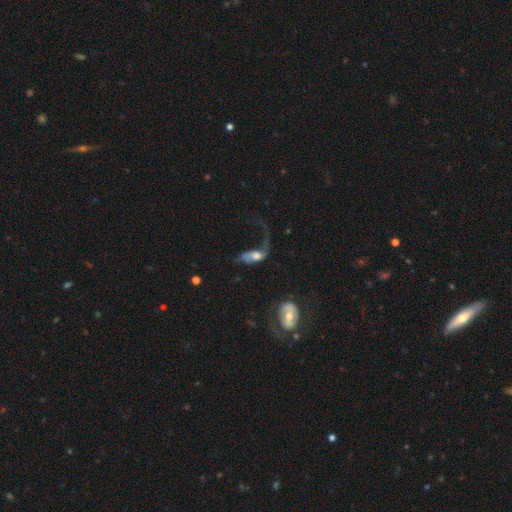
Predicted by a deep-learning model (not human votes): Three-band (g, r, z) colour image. It shows a featured or disk galaxy (58%) with no bar (65%), spiral arms (67%) and a moderate central bulge (49%). Merging: major disturbance (60%).